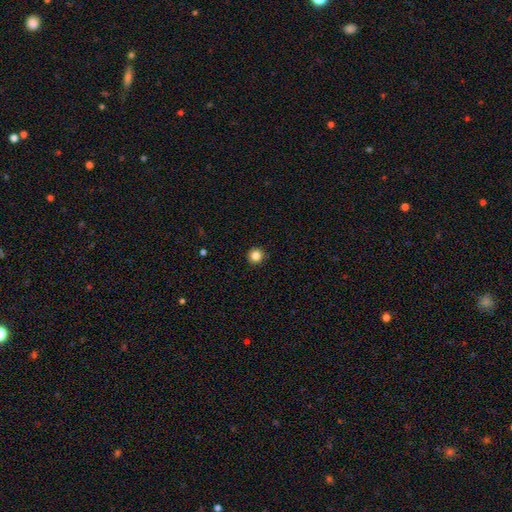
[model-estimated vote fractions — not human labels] Q: Smooth or featured?
A: smooth (84%); runner-up: star or artifact (12%)
Q: How rounded?
A: round (95%); runner-up: in between (4%)
Q: Merging?
A: none (92%); runner-up: minor disturbance (5%)